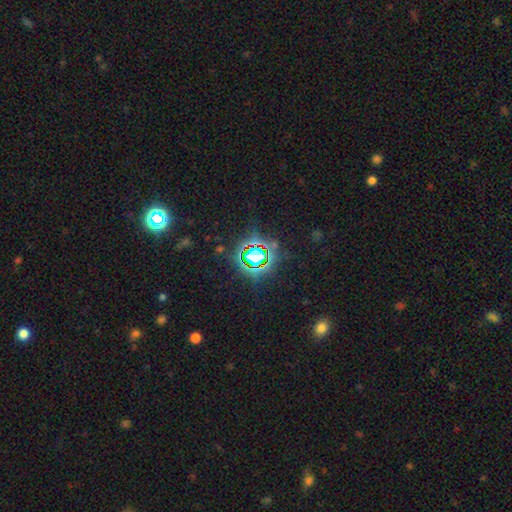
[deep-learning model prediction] This appears to be a star or artifact, not a galaxy (77%).